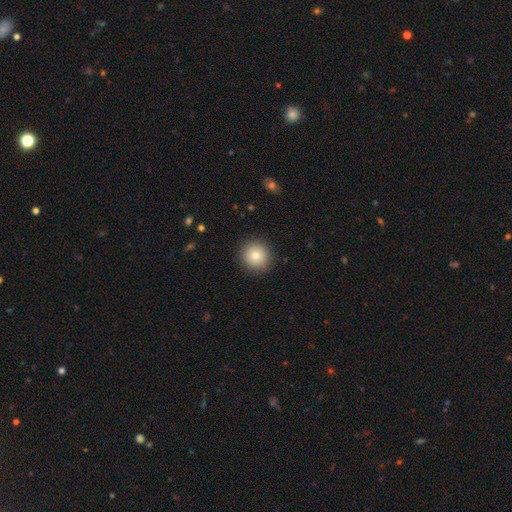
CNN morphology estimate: Q: Smooth or featured?
A: smooth (82%); runner-up: star or artifact (10%)
Q: How rounded?
A: round (92%); runner-up: in between (7%)
Q: Merging?
A: none (91%); runner-up: minor disturbance (6%)